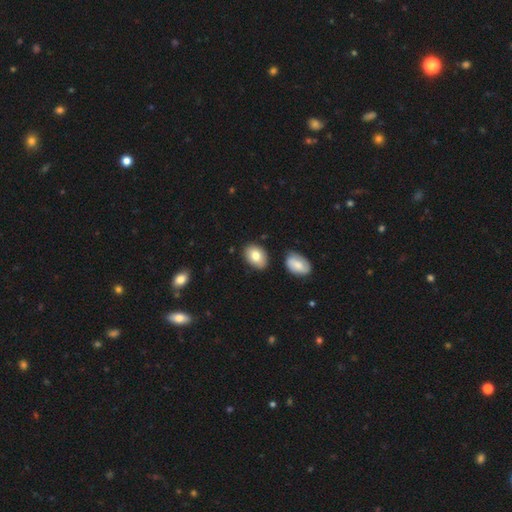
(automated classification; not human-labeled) smooth 81%, featured or disk 12%, star or artifact 7%. Down the decision tree: how rounded — in between (84%); merging — none (79%).